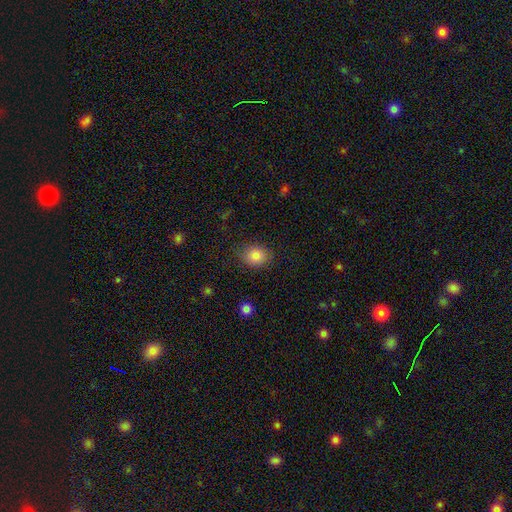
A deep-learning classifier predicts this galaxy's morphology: Smooth or featured?
  - smooth: 83% *
  - star or artifact: 10%
  - featured or disk: 7%
How rounded?
  - round: 66% *
  - in between: 33%
  - cigar-shaped: 1%
Merging?
  - none: 82% *
  - minor disturbance: 14%
  - major disturbance: 4%
  - merger: 1%